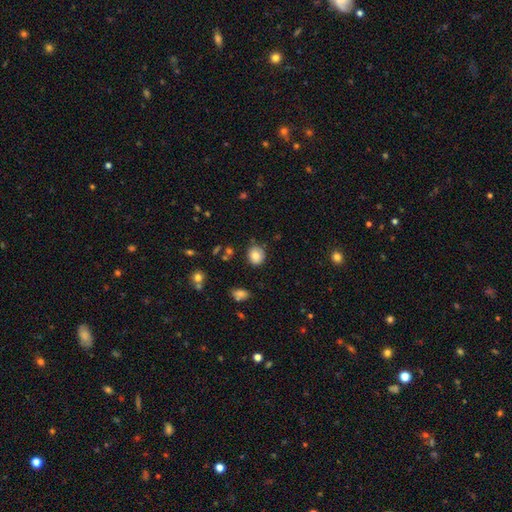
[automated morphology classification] smooth-or-featured: smooth: 82% | star or artifact: 10% | featured or disk: 8%
  how-rounded: round: 77% | in between: 22% | cigar-shaped: 1%
  merging: none: 81% | minor disturbance: 14% | major disturbance: 3% | merger: 3%